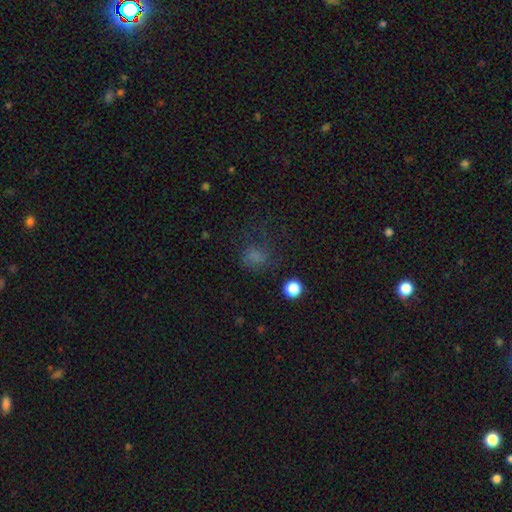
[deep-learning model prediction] Morphology: type=smooth (66%); roundness=round (60%); merging=none (56%).